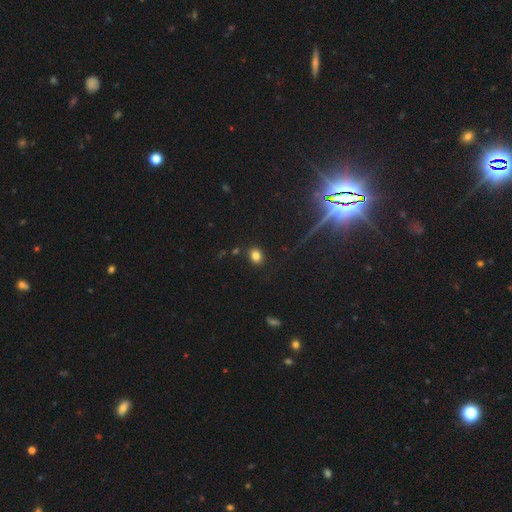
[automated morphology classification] smooth-or-featured: smooth: 80% | star or artifact: 13% | featured or disk: 7%
  how-rounded: round: 52% | in between: 47% | cigar-shaped: 1%
  merging: none: 86% | minor disturbance: 9% | merger: 3% | major disturbance: 3%